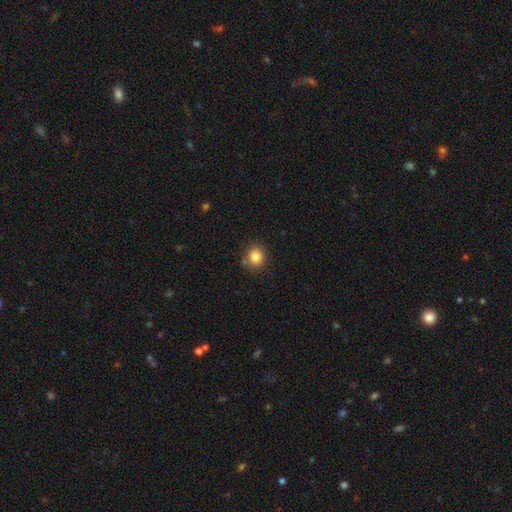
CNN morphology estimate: Smooth or featured? Predicted: smooth (p=0.85). How rounded? Predicted: round (p=0.85). Merging? Predicted: none (p=0.83).